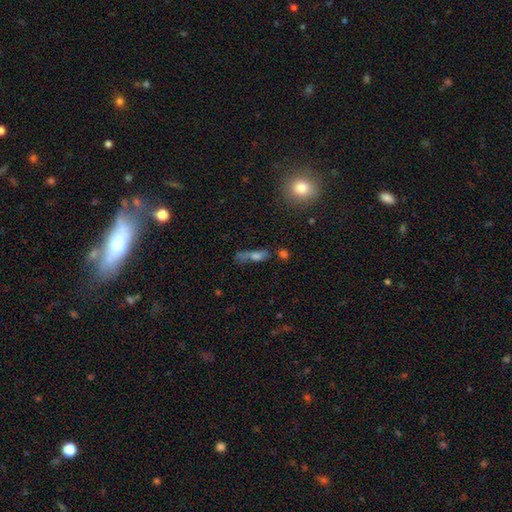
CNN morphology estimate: This appears to be a smooth galaxy with no disk features (52%) that is cigar-shaped (55%). Merging: none (46%).